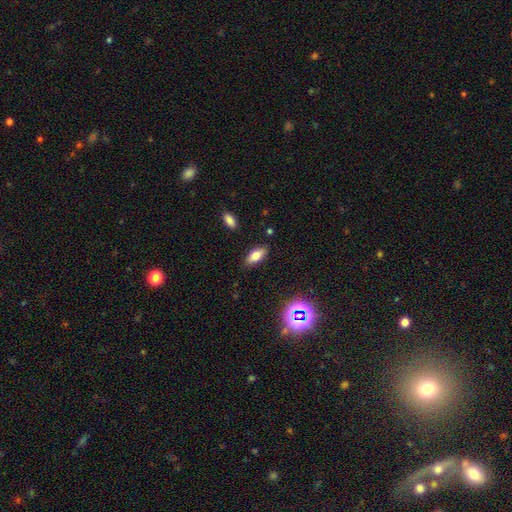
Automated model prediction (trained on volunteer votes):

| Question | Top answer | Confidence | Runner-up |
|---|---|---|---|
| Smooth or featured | smooth | 73% | featured or disk (16%) |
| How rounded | in between | 81% | cigar-shaped (16%) |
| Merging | none | 86% | minor disturbance (10%) |